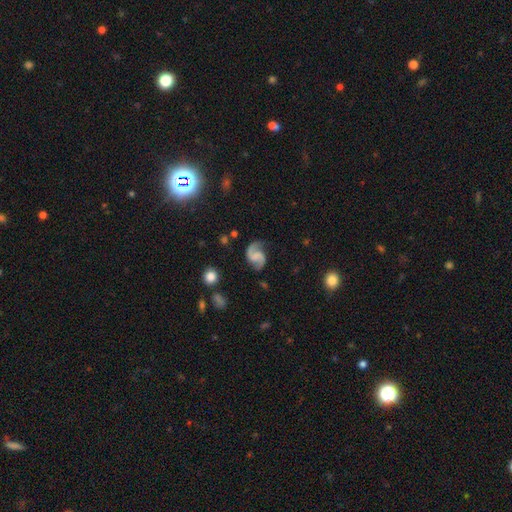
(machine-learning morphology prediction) Smooth or featured? featured or disk (86%)
Edge-on disk? no (98%)
Bar? no (45%)
Spiral arms? yes (97%)
Spiral winding? loose (50%)
Spiral arm count? 2 (93%)
Bulge size? none (65%)
Merging? none (76%)